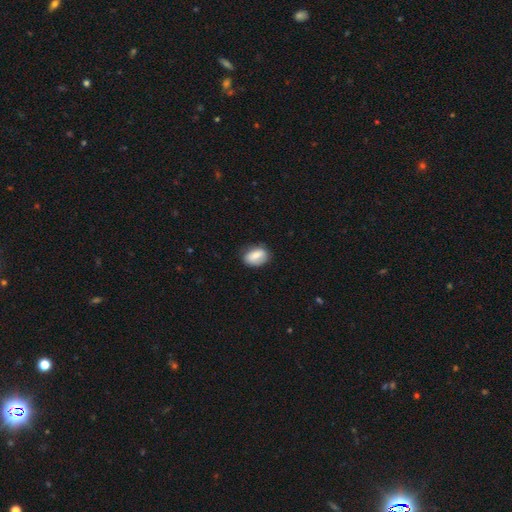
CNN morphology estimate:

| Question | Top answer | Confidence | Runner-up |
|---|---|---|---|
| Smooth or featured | smooth | 76% | featured or disk (17%) |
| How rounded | in between | 83% | round (15%) |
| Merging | none | 77% | minor disturbance (18%) |